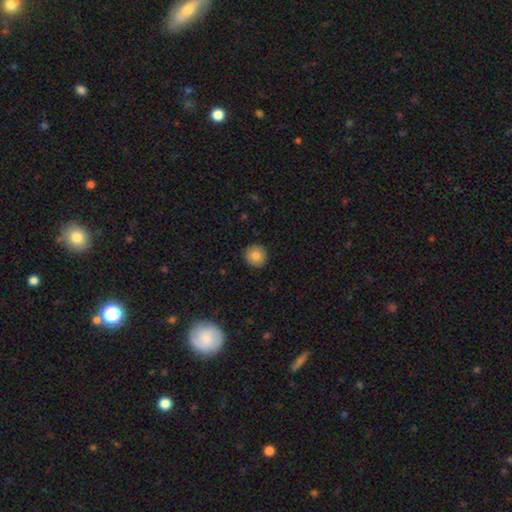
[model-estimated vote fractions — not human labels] A smooth galaxy with no disk features (84%) that is round (91%).

Vote fractions:
- Smooth or featured? smooth: 84% / star or artifact: 9% / featured or disk: 7%
- How rounded? round: 91% / in between: 8% / cigar-shaped: 1%
- Merging? none: 90% / minor disturbance: 7% / major disturbance: 2% / merger: 1%